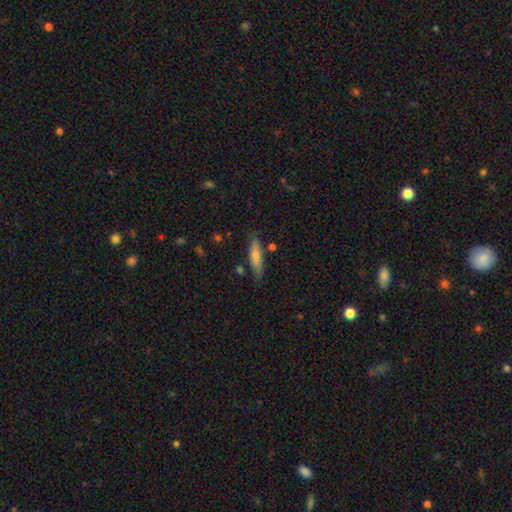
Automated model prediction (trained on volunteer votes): Smooth or featured: smooth — 72% (featured or disk — 22%)
How rounded: cigar-shaped — 76% (in between — 23%)
Merging: none — 77% (minor disturbance — 15%)